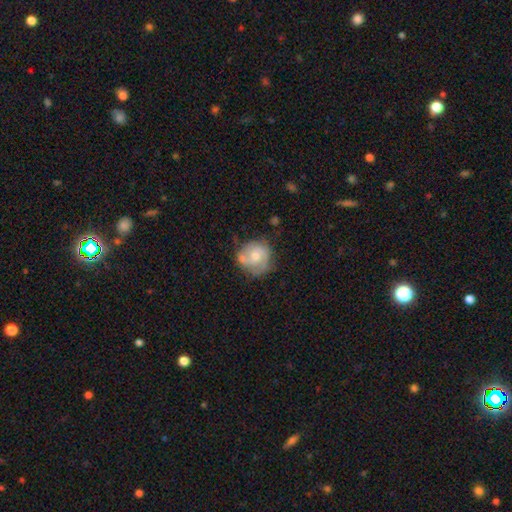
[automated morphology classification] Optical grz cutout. It shows a featured or disk galaxy (64%) with no bar (68%), 2 (60%) medium (43%) spiral arms (87%) and a moderate central bulge (49%). Merging: none (60%).